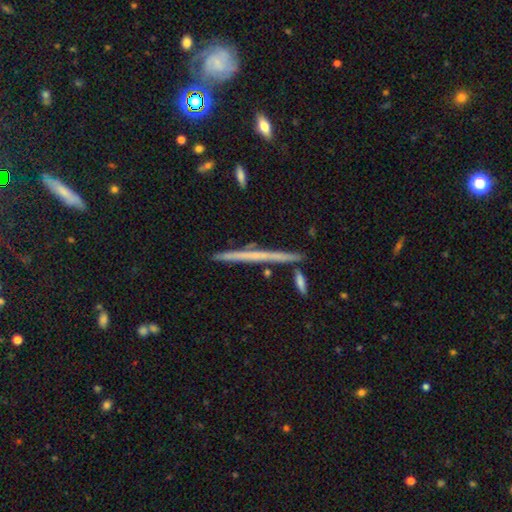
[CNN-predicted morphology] The model was most divided on "smooth or featured": featured or disk: 60%, smooth: 33%, star or artifact: 7%. More confident: edge-on disk — yes (98%); merging — none (89%); edge-on bulge — none (84%).